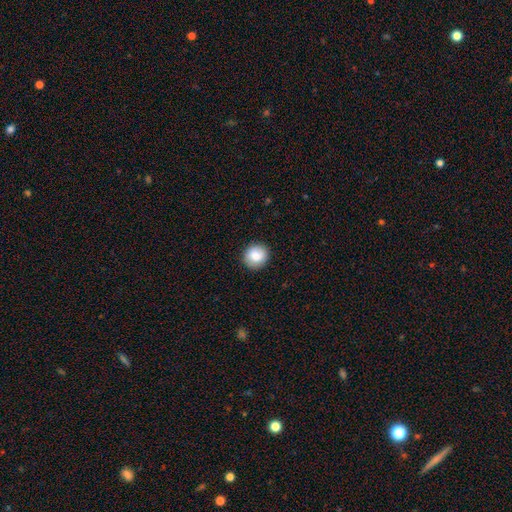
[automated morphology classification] Q: Smooth or featured?
A: smooth (85%); runner-up: star or artifact (8%)
Q: How rounded?
A: round (90%); runner-up: in between (9%)
Q: Merging?
A: none (89%); runner-up: minor disturbance (8%)